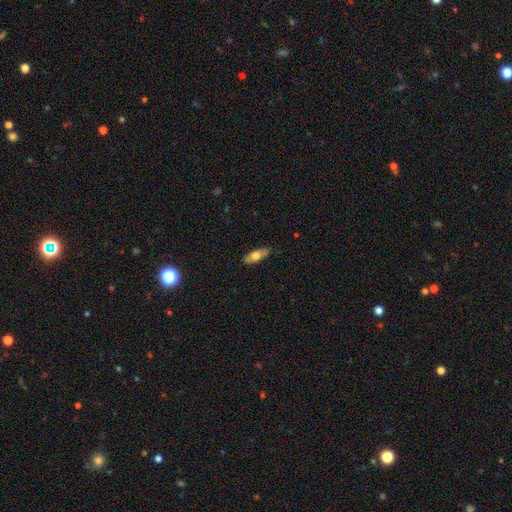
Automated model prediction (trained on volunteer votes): smooth_or_featured: smooth (p=0.65) [alt: featured or disk p=0.29]
how_rounded: in between (p=0.71) [alt: cigar-shaped p=0.27]
merging: none (p=0.86) [alt: minor disturbance p=0.11]